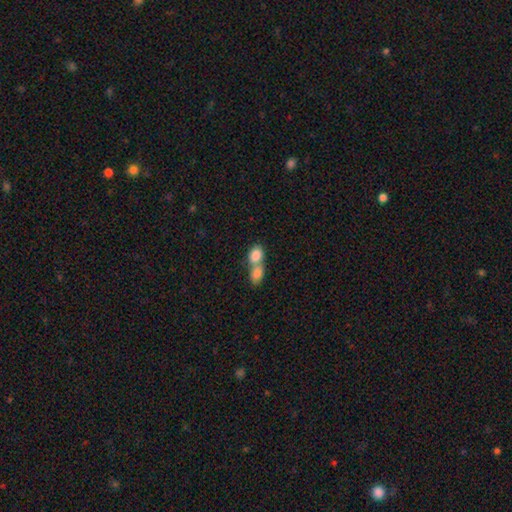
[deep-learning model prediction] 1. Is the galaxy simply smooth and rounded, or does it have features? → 83% smooth, 10% featured or disk, 7% star or artifact.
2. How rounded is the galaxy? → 63% in between, 35% round, 2% cigar-shaped.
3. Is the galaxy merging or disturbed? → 72% merger, 20% none, 5% minor disturbance, 3% major disturbance.